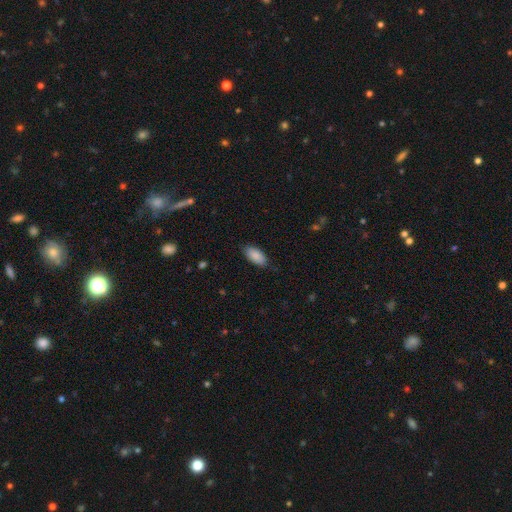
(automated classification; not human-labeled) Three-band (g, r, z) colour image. It shows a smooth galaxy with no disk features (89%) that is in between round and cigar-shaped (93%). Merging: none (83%).